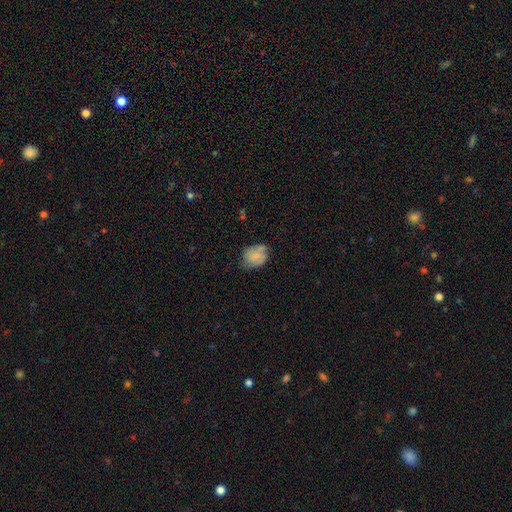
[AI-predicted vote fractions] Smooth or featured?
  - smooth: 63% *
  - featured or disk: 28%
  - star or artifact: 9%
How rounded?
  - in between: 55% *
  - round: 43%
  - cigar-shaped: 1%
Merging?
  - none: 52% *
  - minor disturbance: 33%
  - major disturbance: 10%
  - merger: 5%